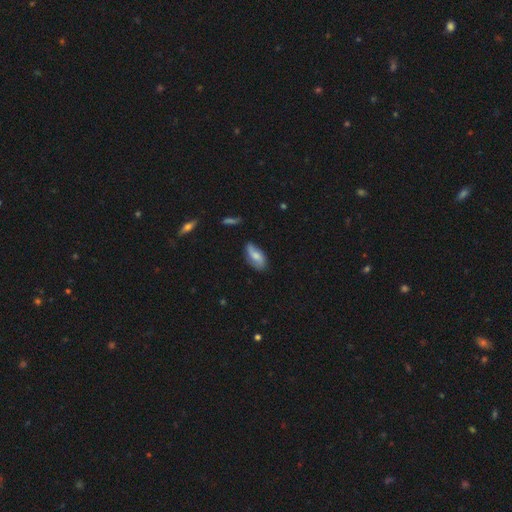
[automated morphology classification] Smooth or featured?
  - smooth: 61% *
  - featured or disk: 32%
  - star or artifact: 7%
How rounded?
  - in between: 86% *
  - cigar-shaped: 11%
  - round: 3%
Merging?
  - none: 69% *
  - minor disturbance: 24%
  - major disturbance: 5%
  - merger: 2%